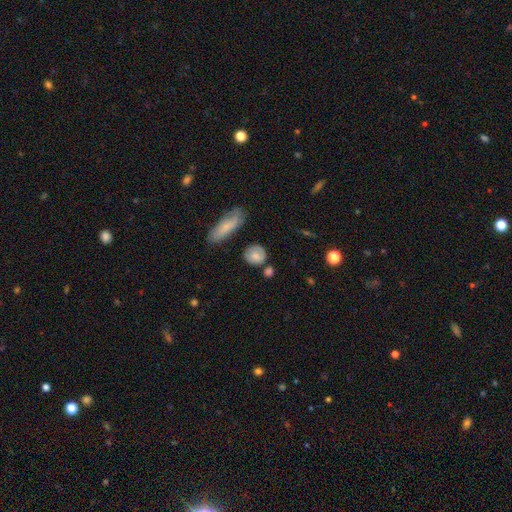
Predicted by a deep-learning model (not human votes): This appears to be a smooth galaxy with no disk features (75%) that is round (75%). Merging: none (68%).